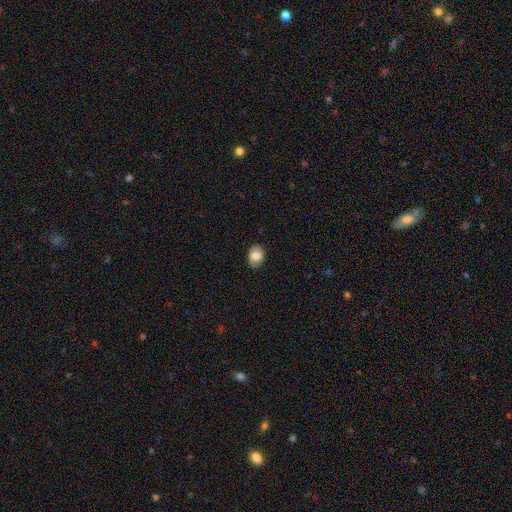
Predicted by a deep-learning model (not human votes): This appears to be a smooth galaxy with no disk features (79%) that is in between round and cigar-shaped (74%). Merging: none (84%).